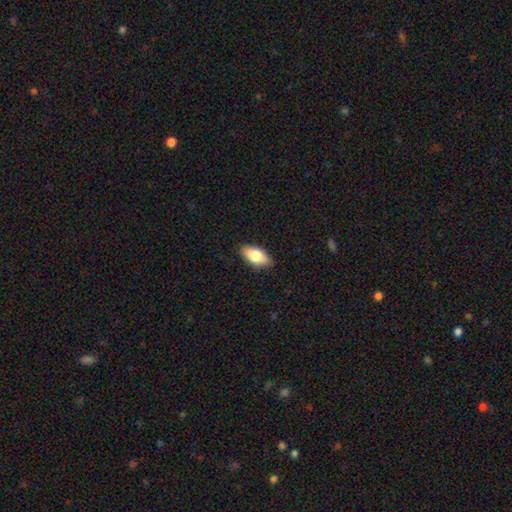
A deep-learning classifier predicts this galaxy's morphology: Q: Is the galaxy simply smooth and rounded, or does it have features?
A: smooth — 77%.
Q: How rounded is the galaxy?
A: in between — 90%.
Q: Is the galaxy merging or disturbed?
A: none — 87%.